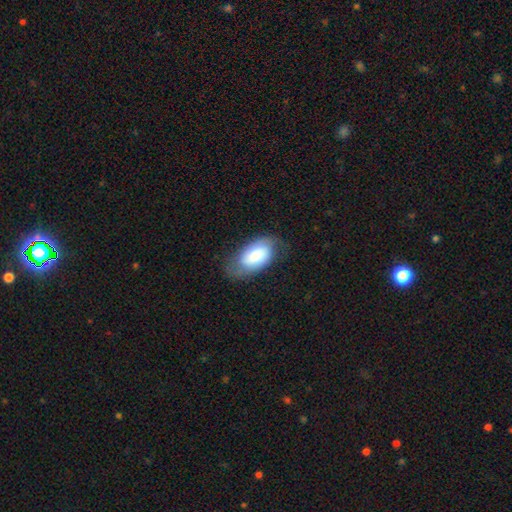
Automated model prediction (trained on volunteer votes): Q: Smooth or featured?
A: smooth (62%); runner-up: featured or disk (31%)
Q: How rounded?
A: in between (94%); runner-up: round (4%)
Q: Merging?
A: none (64%); runner-up: minor disturbance (24%)